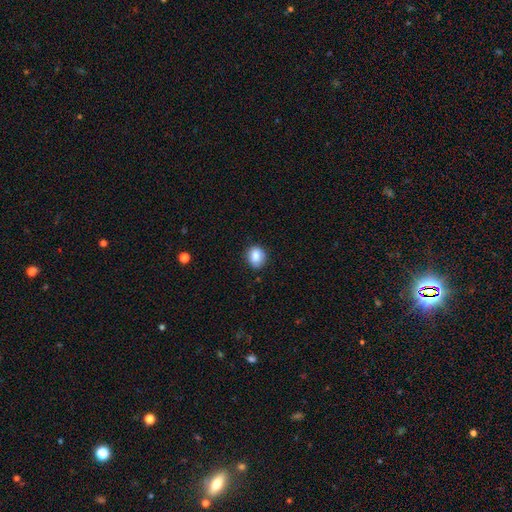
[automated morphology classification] type=smooth (82%); roundness=round (68%); merging=none (84%).